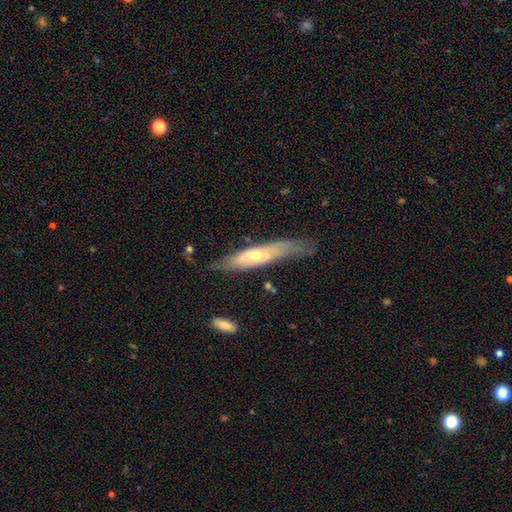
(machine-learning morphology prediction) type=featured or disk (58%); edge-on=yes (58%); merging=none (58%).